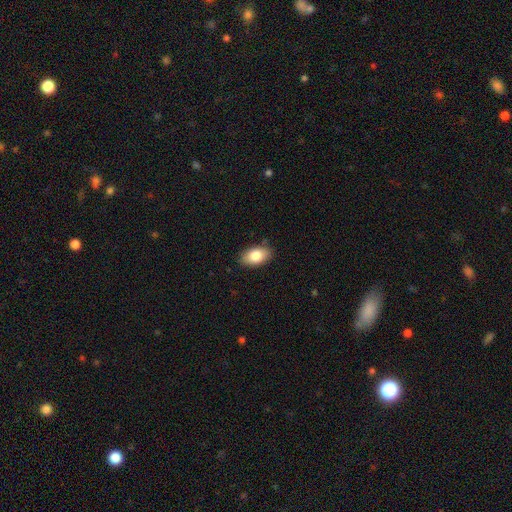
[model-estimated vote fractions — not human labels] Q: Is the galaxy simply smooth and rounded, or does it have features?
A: smooth — 83%.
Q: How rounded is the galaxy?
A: in between — 92%.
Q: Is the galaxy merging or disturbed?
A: none — 85%.